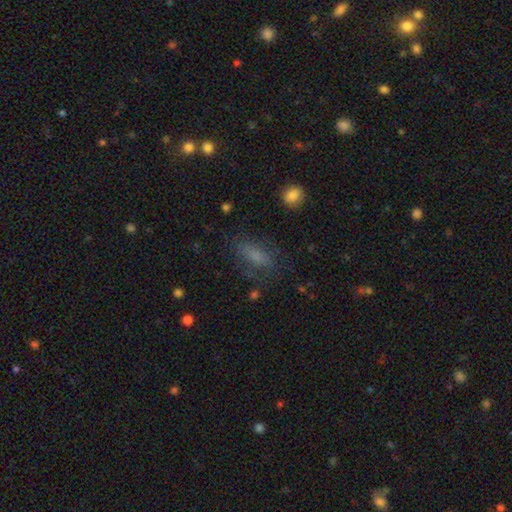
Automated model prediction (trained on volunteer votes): Morphology: type=smooth (66%); roundness=in between (71%); merging=none (66%).